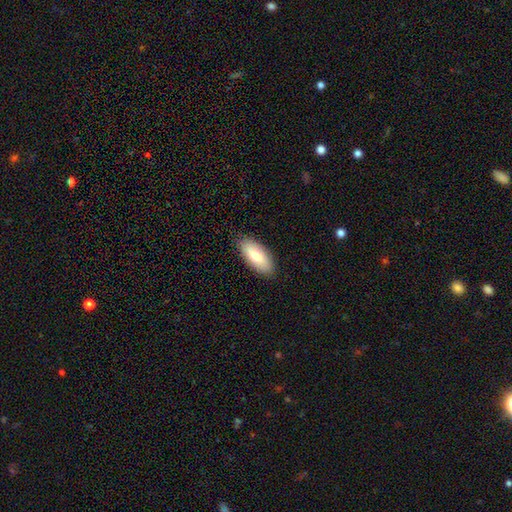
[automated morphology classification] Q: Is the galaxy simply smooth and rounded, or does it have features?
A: smooth — 76%.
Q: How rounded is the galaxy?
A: in between — 87%.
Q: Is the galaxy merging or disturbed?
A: none — 88%.